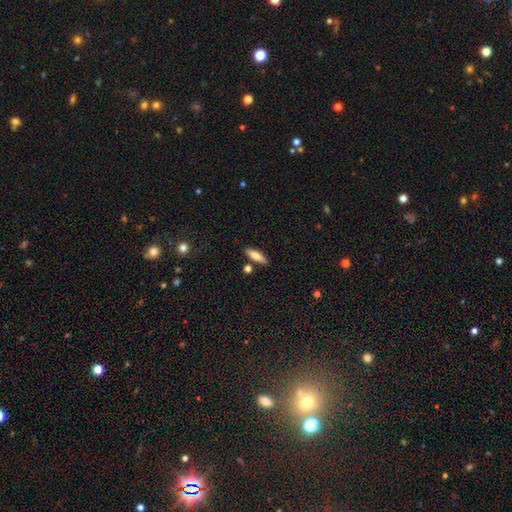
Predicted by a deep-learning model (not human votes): Q: Smooth or featured?
A: smooth (77%); runner-up: featured or disk (17%)
Q: How rounded?
A: cigar-shaped (62%); runner-up: in between (36%)
Q: Merging?
A: none (83%); runner-up: minor disturbance (10%)